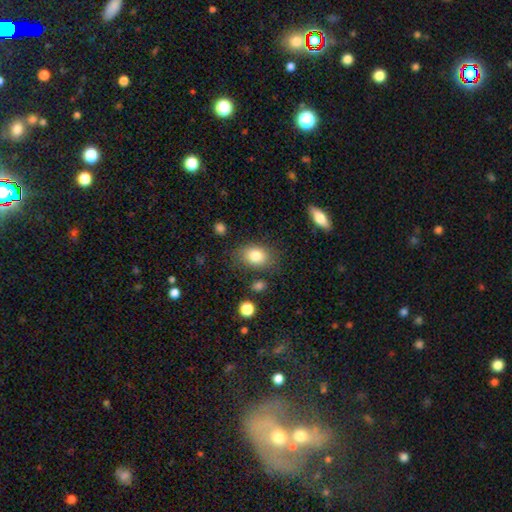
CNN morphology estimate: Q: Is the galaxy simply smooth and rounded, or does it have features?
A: smooth — 81%.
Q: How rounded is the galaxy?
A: in between — 74%.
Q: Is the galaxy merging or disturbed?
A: none — 75%.